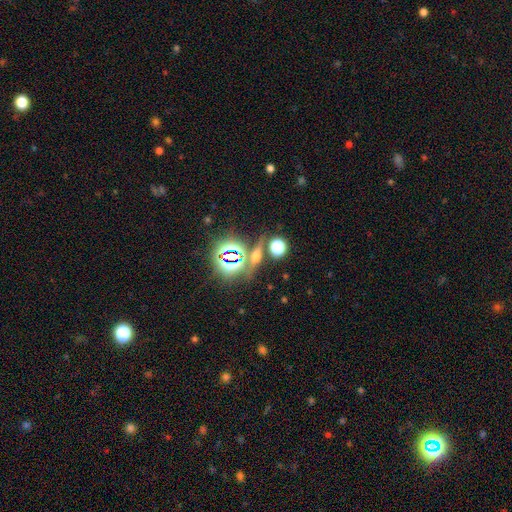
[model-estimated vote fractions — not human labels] Overall: star or artifact (49%; smooth 32%).